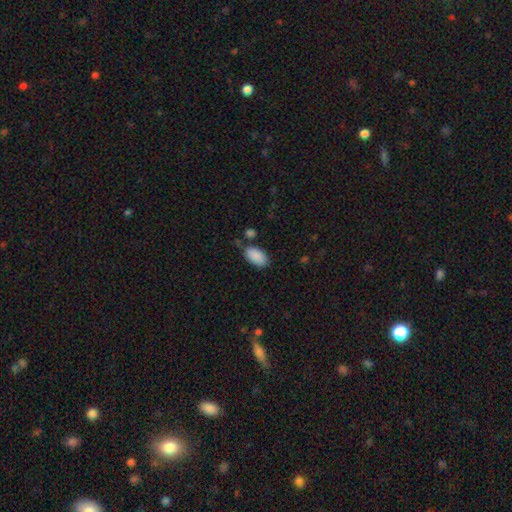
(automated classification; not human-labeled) Q: Smooth or featured?
A: smooth (90%); runner-up: star or artifact (6%)
Q: How rounded?
A: in between (95%); runner-up: round (3%)
Q: Merging?
A: none (74%); runner-up: minor disturbance (15%)